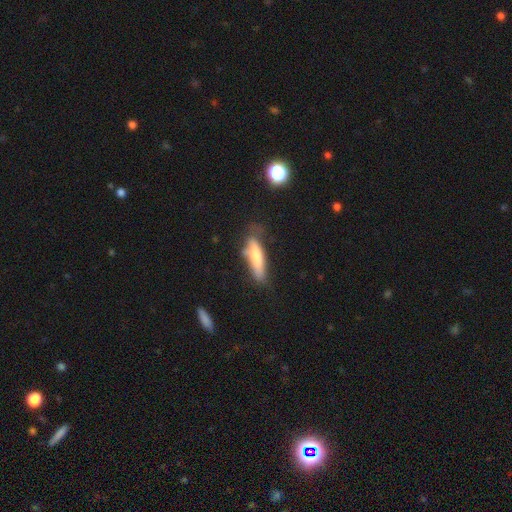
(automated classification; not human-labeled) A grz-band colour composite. It shows a smooth galaxy with no disk features (66%) that is cigar-shaped (70%). Merging: none (54%).